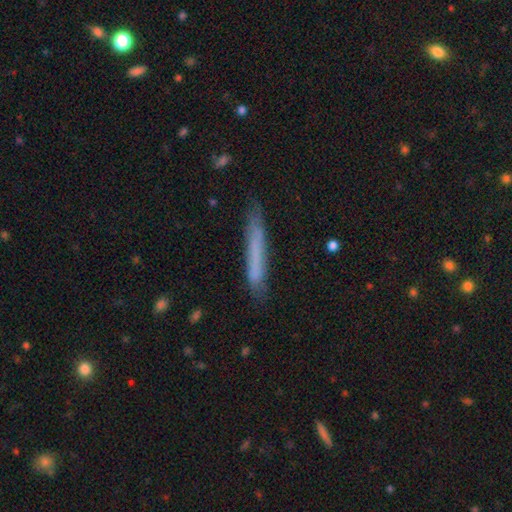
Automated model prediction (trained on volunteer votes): A smooth galaxy with no disk features (65%) that is cigar-shaped (96%). Merging: none (80%).